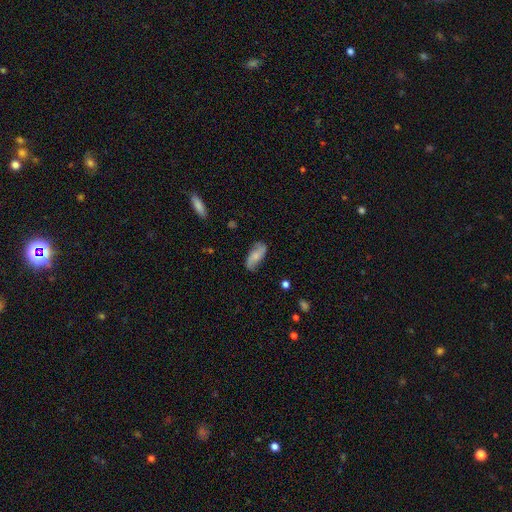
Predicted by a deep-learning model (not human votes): A smooth galaxy with no disk features (55%) that is in between round and cigar-shaped (80%). Merging: none (73%).